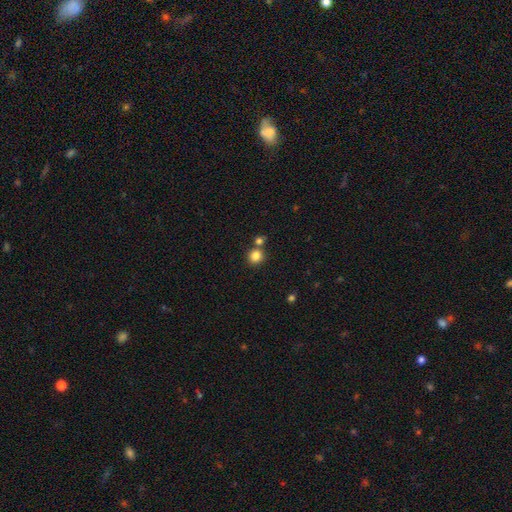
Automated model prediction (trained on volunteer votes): Smooth or featured: smooth — 84% (star or artifact — 11%)
How rounded: round — 89% (in between — 10%)
Merging: none — 68% (merger — 22%)